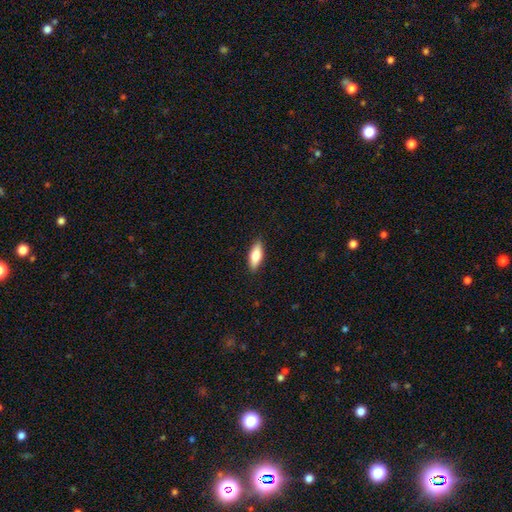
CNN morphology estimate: smooth_or_featured: smooth (p=0.75) [alt: featured or disk p=0.19]
how_rounded: in between (p=0.70) [alt: cigar-shaped p=0.28]
merging: none (p=0.88) [alt: minor disturbance p=0.10]